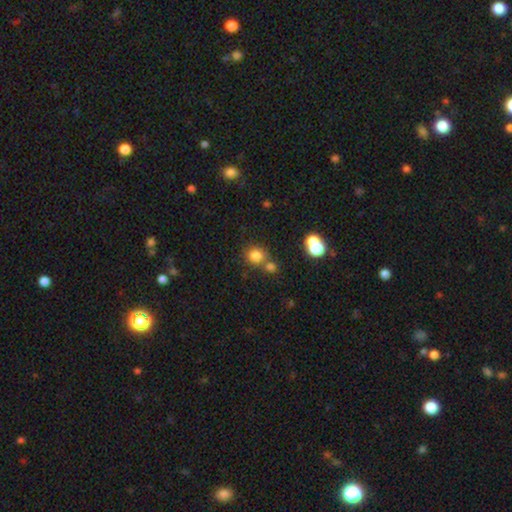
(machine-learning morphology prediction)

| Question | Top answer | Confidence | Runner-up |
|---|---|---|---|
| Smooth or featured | smooth | 79% | star or artifact (14%) |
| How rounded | round | 83% | in between (16%) |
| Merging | none | 63% | merger (23%) |